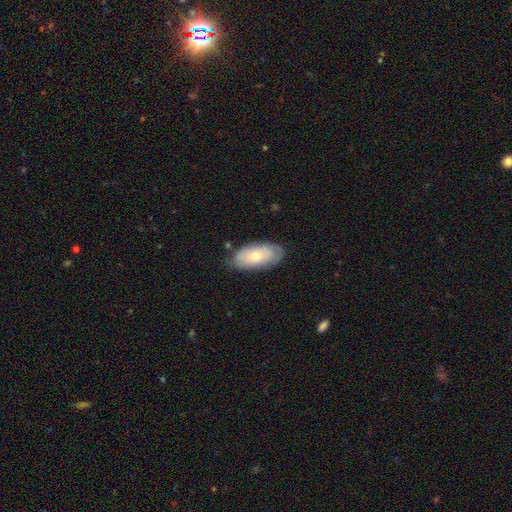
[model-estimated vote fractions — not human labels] Morphology: type=smooth (56%); roundness=in between (90%); merging=none (76%).